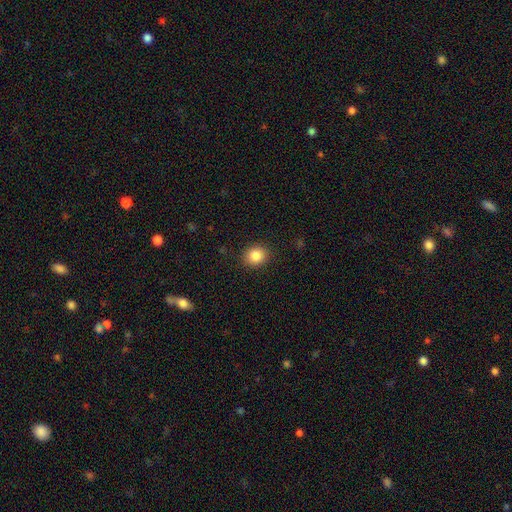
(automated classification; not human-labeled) Smooth or featured? Predicted: smooth (p=0.85). How rounded? Predicted: round (p=0.76). Merging? Predicted: none (p=0.90).